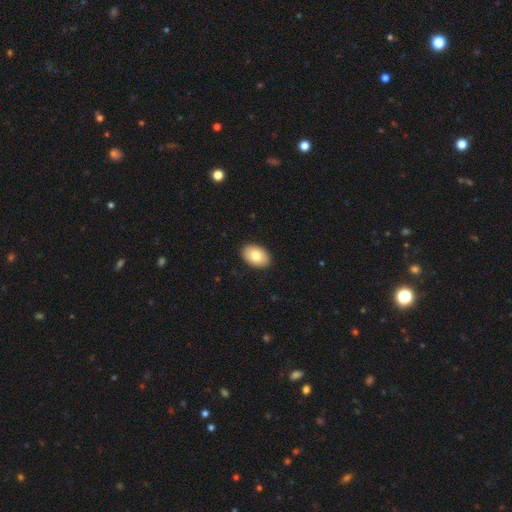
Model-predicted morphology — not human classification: smooth_or_featured: smooth (p=0.82) [alt: featured or disk p=0.11]
how_rounded: in between (p=0.88) [alt: round p=0.11]
merging: none (p=0.90) [alt: minor disturbance p=0.08]